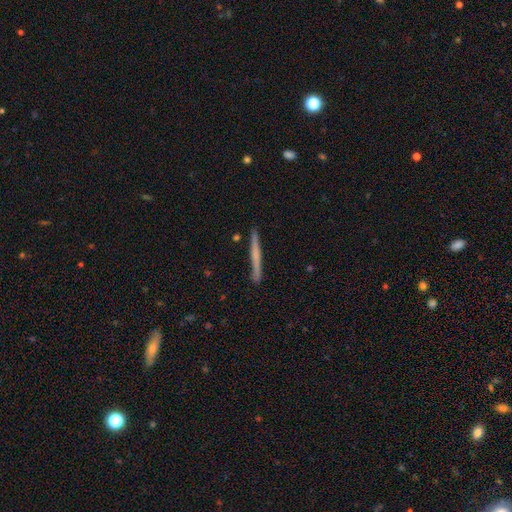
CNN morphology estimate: A featured or disk galaxy (48%).

Vote fractions:
- Smooth or featured? featured or disk: 48% / smooth: 46% / star or artifact: 6%
- Merging? none: 90% / minor disturbance: 8% / major disturbance: 1% / merger: 1%